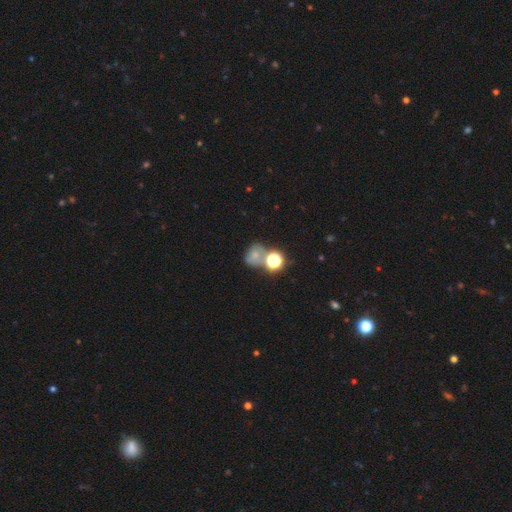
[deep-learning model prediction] Morphology: type=smooth (57%); roundness=round (58%); merging=none (40%).